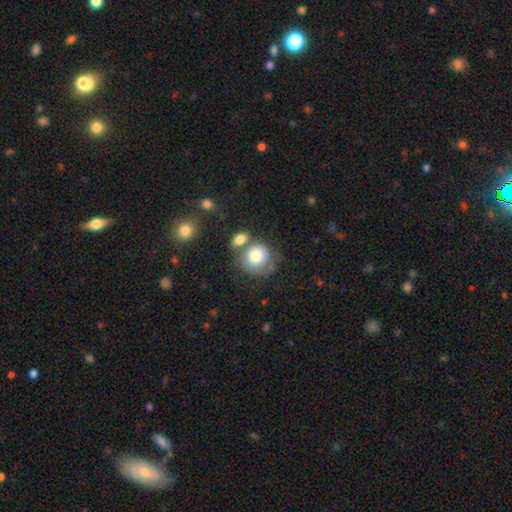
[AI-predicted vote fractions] Smooth or featured? Predicted: smooth (p=0.77). How rounded? Predicted: round (p=0.82). Merging? Predicted: none (p=0.42).